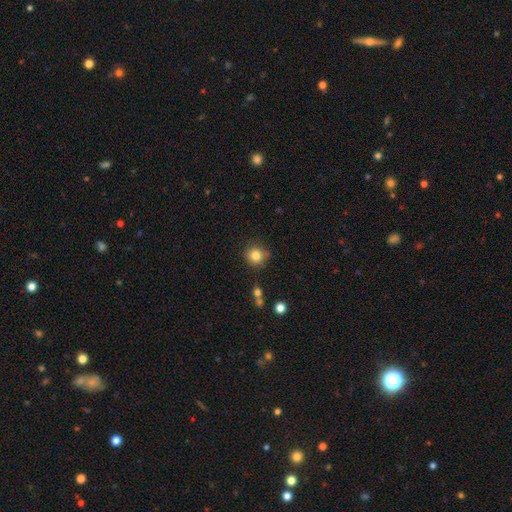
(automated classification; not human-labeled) The model was most divided on "merging": none: 79%, minor disturbance: 13%, merger: 5%, major disturbance: 3%. More confident: how rounded — round (90%); smooth or featured — smooth (82%).